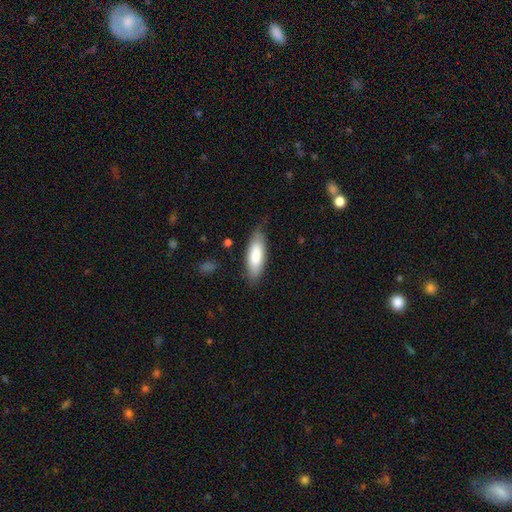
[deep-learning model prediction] A smooth galaxy with no disk features (82%) that is in between round and cigar-shaped (65%). Merging: none (76%).